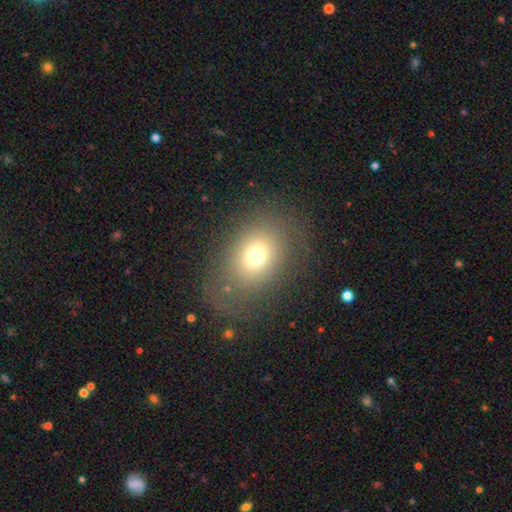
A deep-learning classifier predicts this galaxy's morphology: type=smooth (70%); roundness=in between (58%); merging=none (72%).